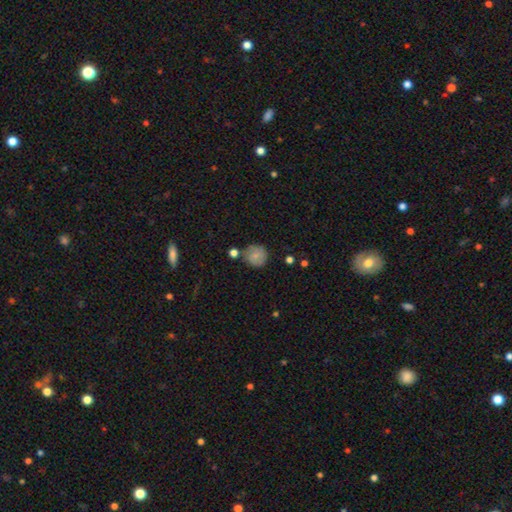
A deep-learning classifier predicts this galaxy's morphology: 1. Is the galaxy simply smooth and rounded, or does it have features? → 78% smooth, 14% featured or disk, 8% star or artifact.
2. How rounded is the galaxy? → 90% round, 9% in between, 1% cigar-shaped.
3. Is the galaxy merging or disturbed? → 72% none, 15% minor disturbance, 10% merger, 4% major disturbance.